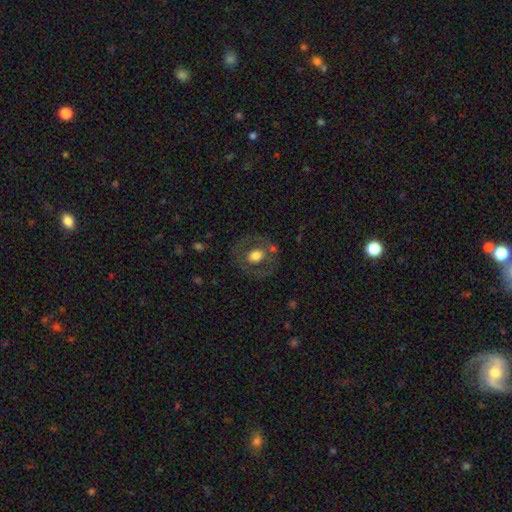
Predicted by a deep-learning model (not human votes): Smooth or featured?
  - smooth: 54% *
  - featured or disk: 38%
  - star or artifact: 8%
How rounded?
  - round: 70% *
  - in between: 29%
  - cigar-shaped: 1%
Merging?
  - none: 76% *
  - minor disturbance: 13%
  - major disturbance: 8%
  - merger: 3%